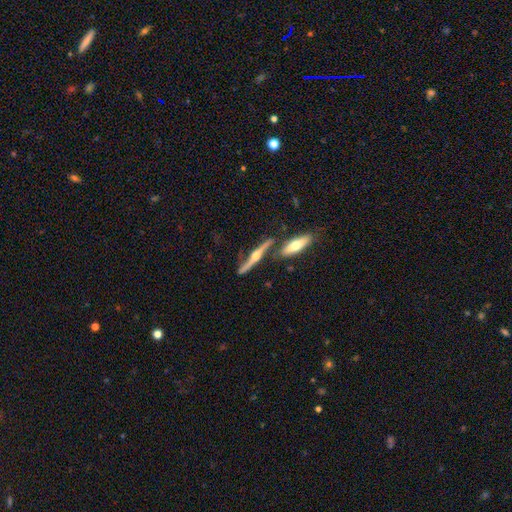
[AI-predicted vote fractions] Smooth or featured? Predicted: featured or disk (p=0.82). Edge-on disk? Predicted: yes (p=0.93). Edge-on bulge? Predicted: rounded (p=0.95). Merging? Predicted: none (p=0.71).